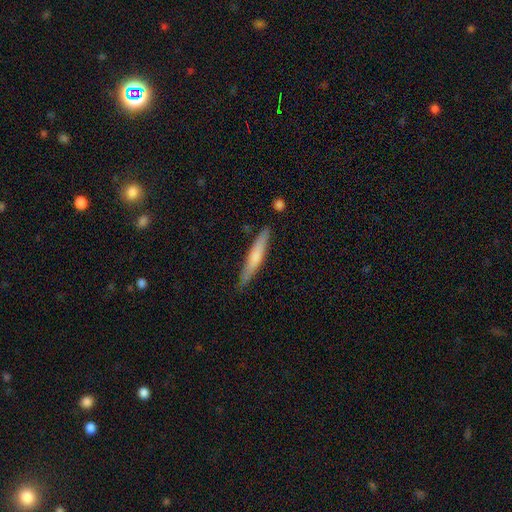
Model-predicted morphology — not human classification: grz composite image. It shows a smooth galaxy with no disk features (60%) that is cigar-shaped (93%). Merging: none (85%).